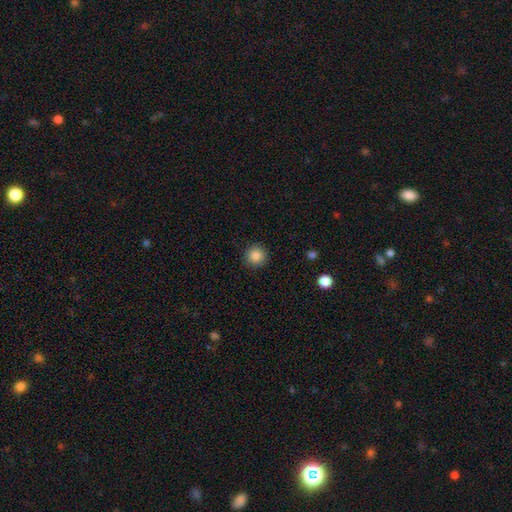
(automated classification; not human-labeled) The model was most divided on "smooth or featured": smooth: 86%, star or artifact: 10%, featured or disk: 4%. More confident: how rounded — round (94%); merging — none (91%).